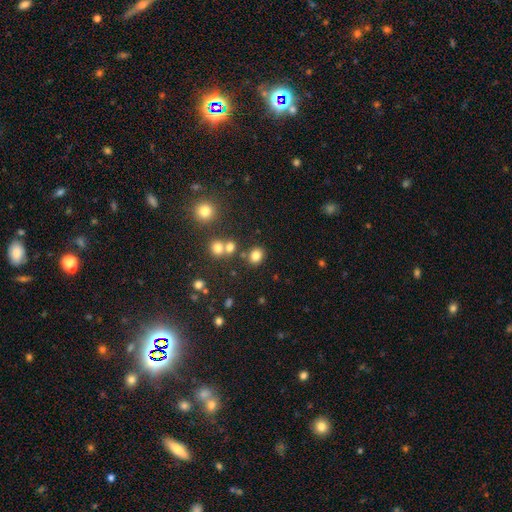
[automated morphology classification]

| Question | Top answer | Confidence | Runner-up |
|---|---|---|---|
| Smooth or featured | smooth | 79% | star or artifact (14%) |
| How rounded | round | 66% | in between (33%) |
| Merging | none | 78% | merger (9%) |